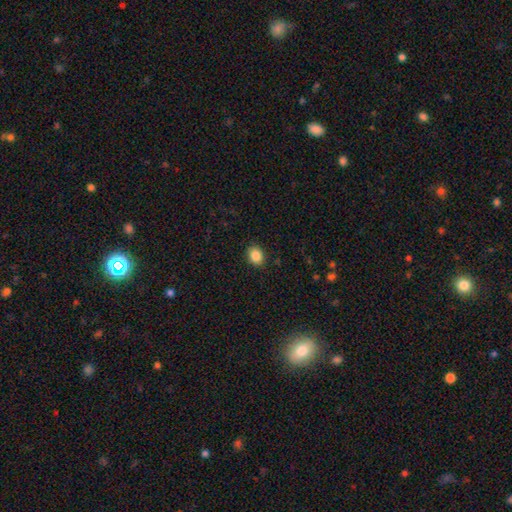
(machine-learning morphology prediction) Smooth or featured? smooth (87%)
How rounded? round (50%)
Merging? none (89%)